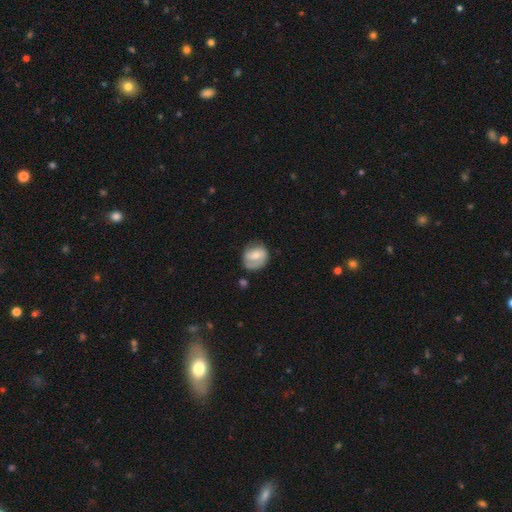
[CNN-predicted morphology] Smooth or featured?
  - featured or disk: 48% *
  - smooth: 45%
  - star or artifact: 7%
Merging?
  - none: 57% *
  - minor disturbance: 27%
  - major disturbance: 13%
  - merger: 3%